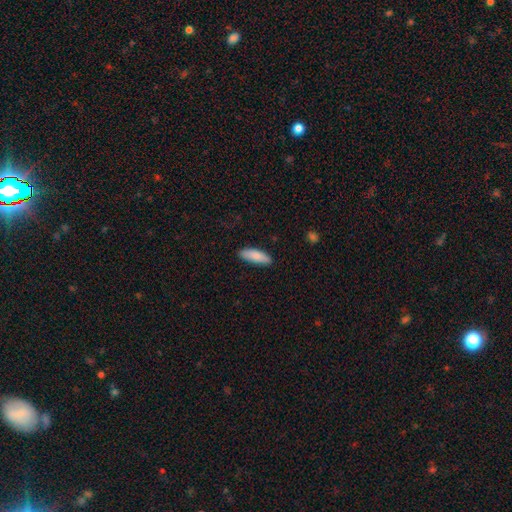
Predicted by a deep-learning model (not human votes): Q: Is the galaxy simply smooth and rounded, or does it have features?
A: smooth — 86%.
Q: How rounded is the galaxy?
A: in between — 55%.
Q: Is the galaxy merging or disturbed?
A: none — 87%.